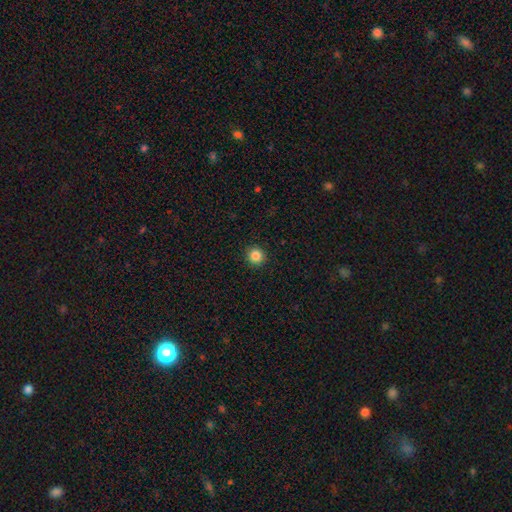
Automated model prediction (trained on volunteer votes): A smooth galaxy with no disk features (85%) that is round (94%). Merging: none (93%).